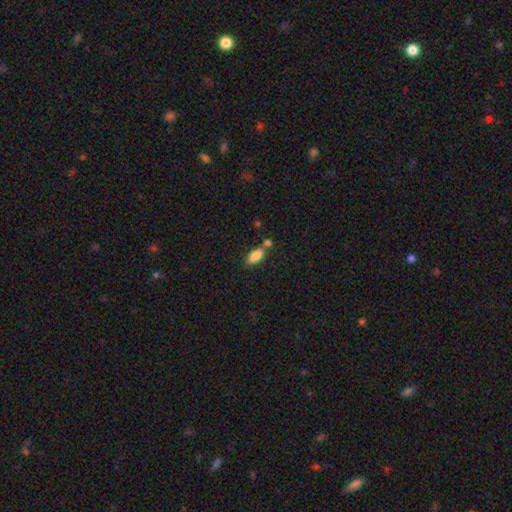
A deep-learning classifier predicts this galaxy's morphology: Q: Smooth or featured?
A: smooth (85%); runner-up: star or artifact (8%)
Q: How rounded?
A: in between (86%); runner-up: cigar-shaped (11%)
Q: Merging?
A: none (61%); runner-up: merger (22%)